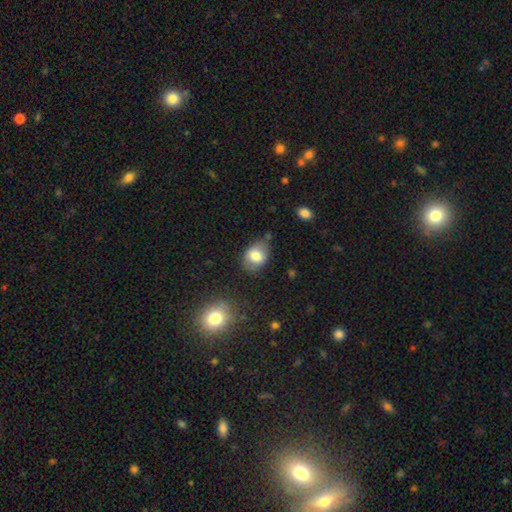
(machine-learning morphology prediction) type=smooth (77%); roundness=in between (65%); merging=none (66%).